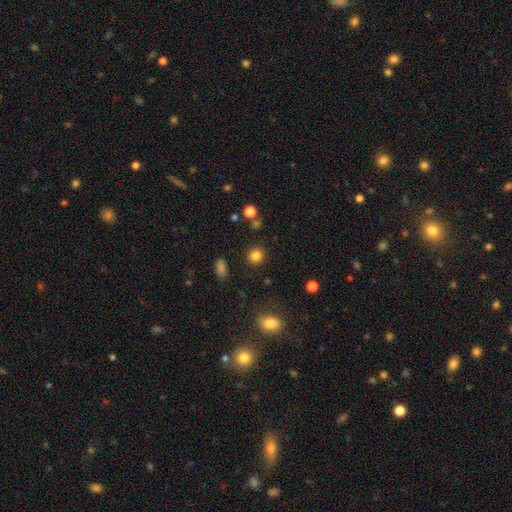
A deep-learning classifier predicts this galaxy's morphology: This appears to be a smooth galaxy with no disk features (83%) that is round (90%). Merging: none (89%).